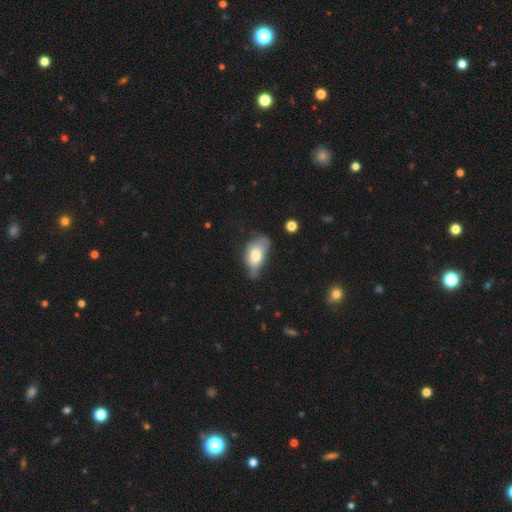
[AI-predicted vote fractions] Overall: smooth (68%). How rounded: in between (89%). Merging: minor disturbance (42%; none 31%).